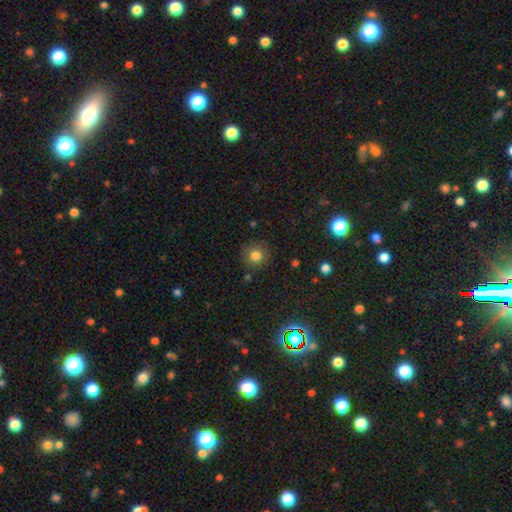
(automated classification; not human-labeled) The model was most divided on "smooth or featured": smooth: 79%, star or artifact: 13%, featured or disk: 8%. More confident: how rounded — round (92%); merging — none (85%).